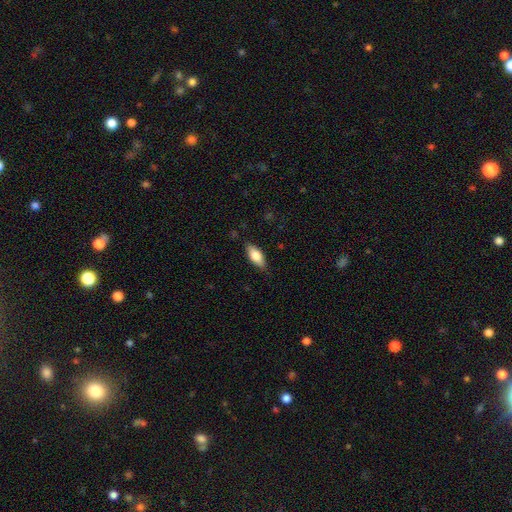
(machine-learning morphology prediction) smooth_or_featured: smooth (p=0.76) [alt: featured or disk p=0.18]
how_rounded: in between (p=0.79) [alt: cigar-shaped p=0.18]
merging: none (p=0.82) [alt: minor disturbance p=0.14]